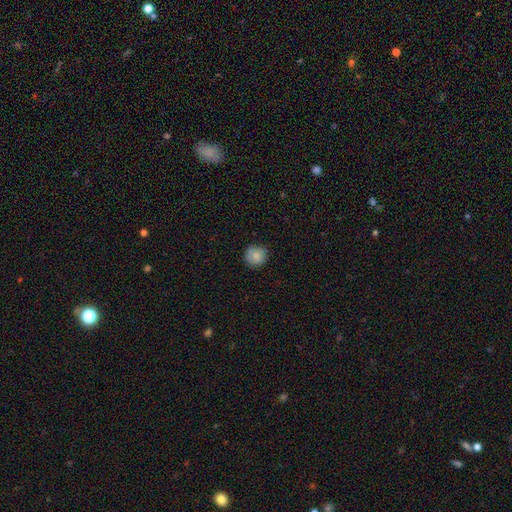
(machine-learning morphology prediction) This appears to be a smooth galaxy with no disk features (85%) that is round (91%). Merging: none (85%).